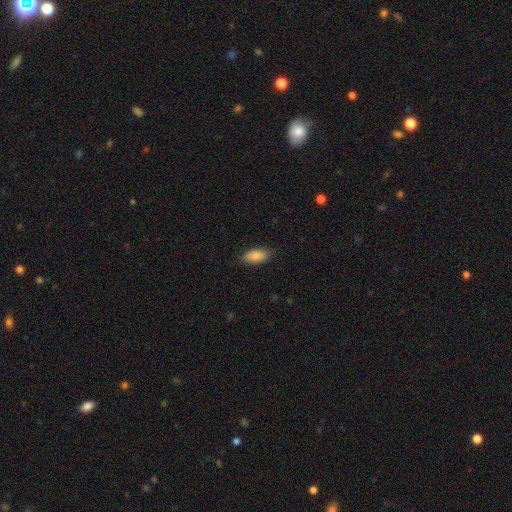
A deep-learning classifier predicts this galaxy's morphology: The model was most divided on "merging": none: 82%, minor disturbance: 14%, major disturbance: 3%, merger: 1%. More confident: how rounded — in between (91%); smooth or featured — smooth (86%).